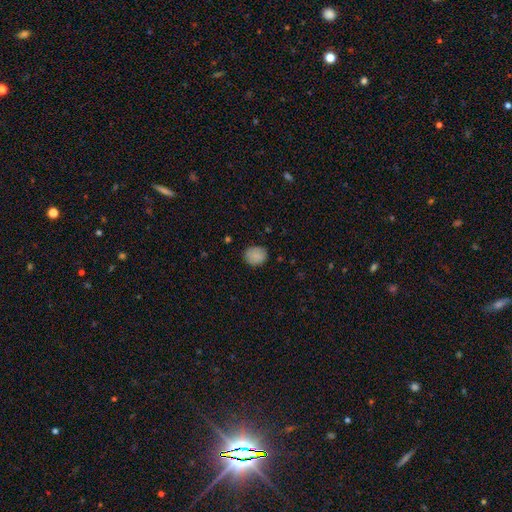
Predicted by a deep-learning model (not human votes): Smooth or featured? Predicted: smooth (p=0.85). How rounded? Predicted: round (p=0.72). Merging? Predicted: none (p=0.85).